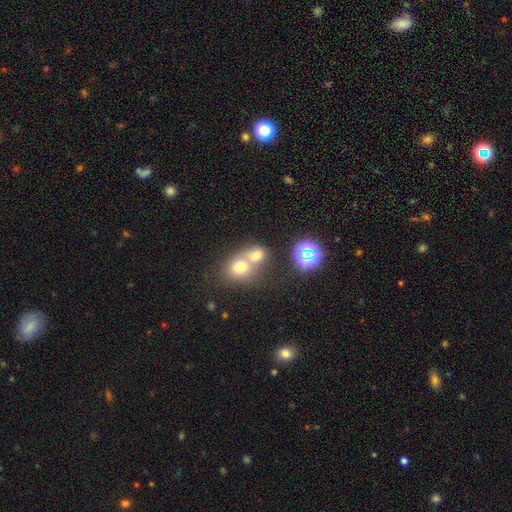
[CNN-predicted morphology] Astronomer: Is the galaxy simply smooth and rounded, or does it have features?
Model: smooth — 69%.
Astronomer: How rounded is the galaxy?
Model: round — 63%.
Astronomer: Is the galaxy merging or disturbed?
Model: merger — 58%.